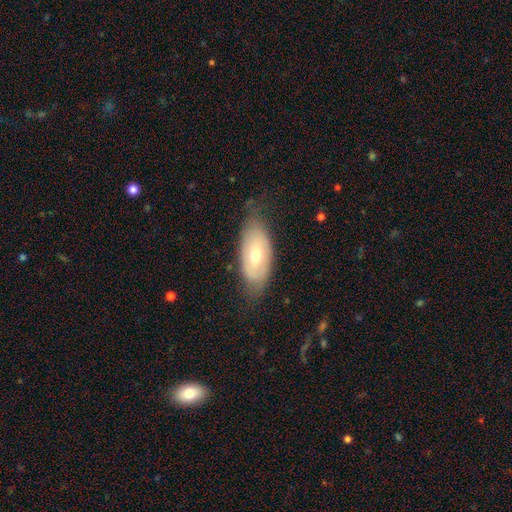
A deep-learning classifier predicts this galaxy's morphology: A smooth galaxy with no disk features (55%) that is in between round and cigar-shaped (90%).

Vote fractions:
- Smooth or featured? smooth: 55% / featured or disk: 38% / star or artifact: 7%
- How rounded? in between: 90% / cigar-shaped: 6% / round: 4%
- Merging? none: 67% / minor disturbance: 25% / major disturbance: 7% / merger: 1%